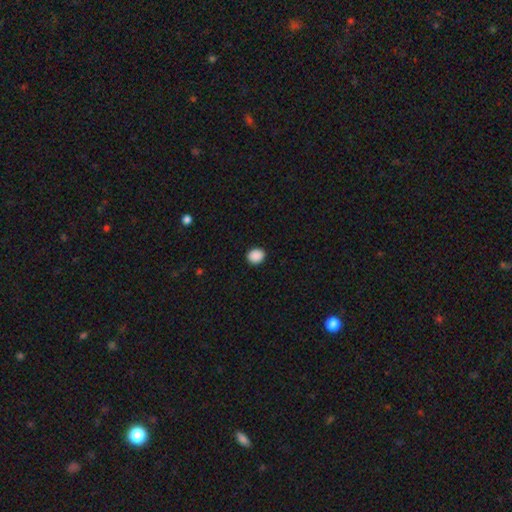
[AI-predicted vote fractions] smooth 90%, star or artifact 8%, featured or disk 2%. Down the decision tree: how rounded — round (67%); merging — none (91%).